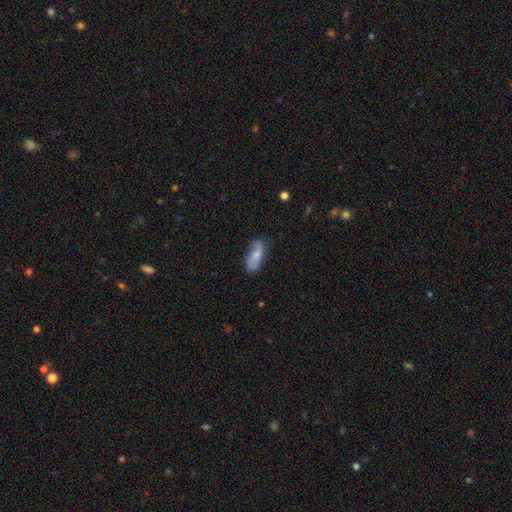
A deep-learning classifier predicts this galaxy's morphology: smooth_or_featured: smooth (p=0.64) [alt: featured or disk p=0.29]
how_rounded: in between (p=0.80) [alt: cigar-shaped p=0.18]
merging: none (p=0.66) [alt: minor disturbance p=0.25]